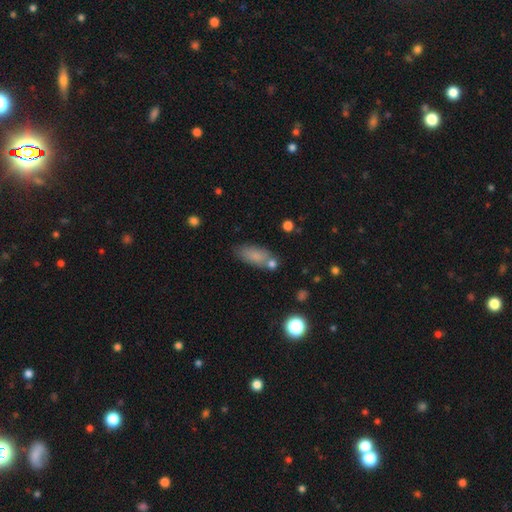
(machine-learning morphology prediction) smooth-or-featured: smooth: 81% | featured or disk: 10% | star or artifact: 9%
  how-rounded: in between: 80% | cigar-shaped: 17% | round: 3%
  merging: none: 64% | minor disturbance: 17% | merger: 14% | major disturbance: 5%